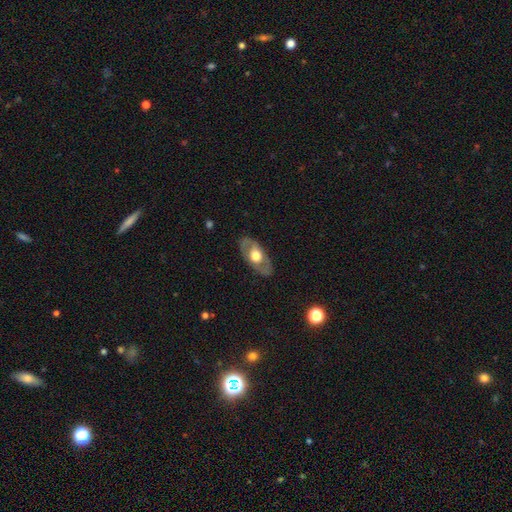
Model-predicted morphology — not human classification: Smooth or featured: featured or disk — 57% (smooth — 38%)
Edge-on disk: no — 81% (yes — 19%)
Merging: none — 83% (minor disturbance — 12%)